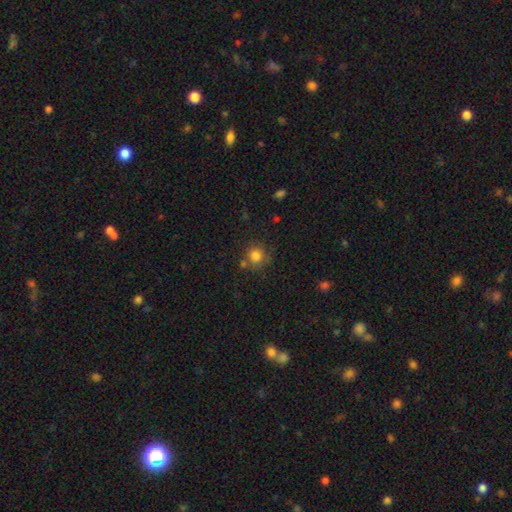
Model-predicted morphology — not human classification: This is clearly a smooth galaxy (82%). How rounded: clearly round (91%). Merging: likely none (72%).